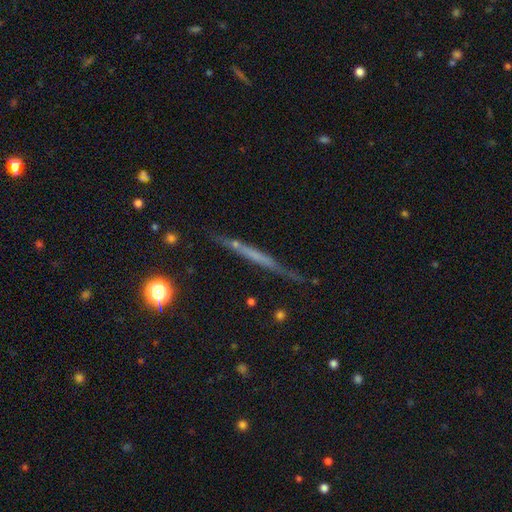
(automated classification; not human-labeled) This appears to be a featured or disk galaxy (58%) viewed edge-on (95%) with no central bulge (81%). Merging: none (79%).